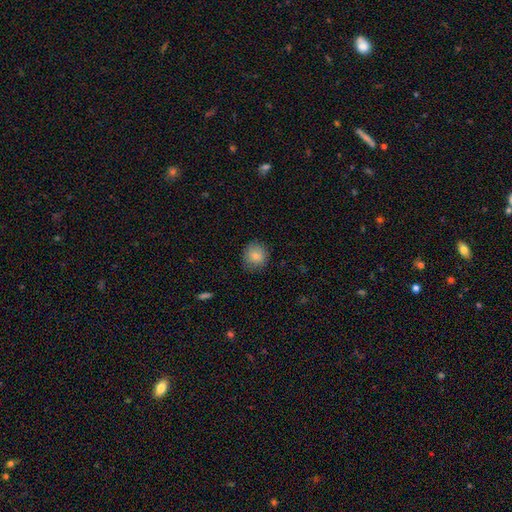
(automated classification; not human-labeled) smooth-or-featured: smooth: 83% | star or artifact: 9% | featured or disk: 8%
  how-rounded: round: 88% | in between: 12% | cigar-shaped: 1%
  merging: none: 83% | minor disturbance: 13% | major disturbance: 3% | merger: 1%